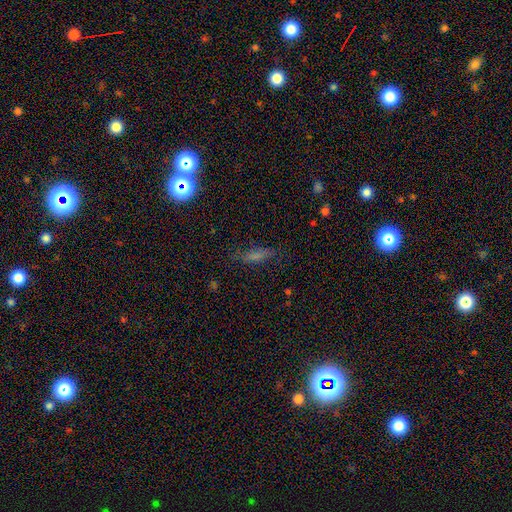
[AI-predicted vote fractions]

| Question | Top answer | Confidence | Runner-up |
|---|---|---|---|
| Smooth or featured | smooth | 53% | star or artifact (25%) |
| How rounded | cigar-shaped | 62% | in between (32%) |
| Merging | none | 75% | minor disturbance (17%) |